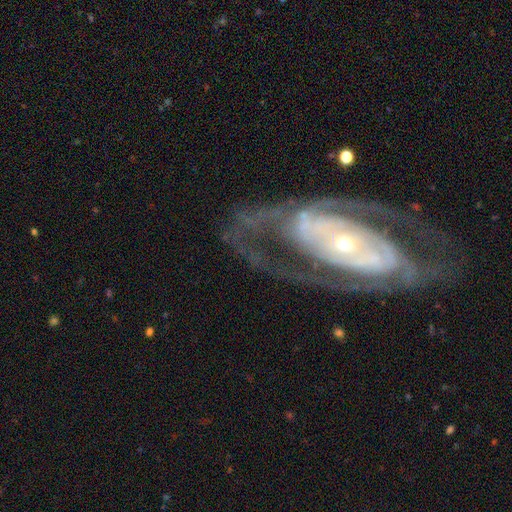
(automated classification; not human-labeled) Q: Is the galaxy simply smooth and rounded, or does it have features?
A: featured or disk — 88%.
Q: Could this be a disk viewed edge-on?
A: no — 94%.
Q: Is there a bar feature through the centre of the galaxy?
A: no — 58%.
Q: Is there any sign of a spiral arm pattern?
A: yes — 90%.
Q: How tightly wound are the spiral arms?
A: tight — 49%.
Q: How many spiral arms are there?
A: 2 — 72%.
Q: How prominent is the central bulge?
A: small — 63%.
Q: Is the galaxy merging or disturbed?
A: none — 69%.